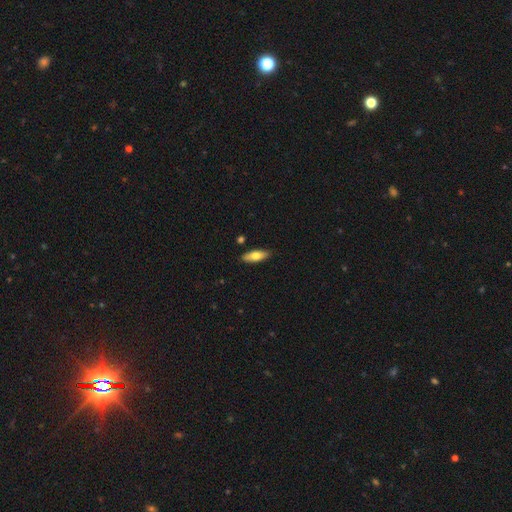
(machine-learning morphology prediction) smooth-or-featured: smooth: 71% | featured or disk: 23% | star or artifact: 6%
  how-rounded: in between: 64% | cigar-shaped: 33% | round: 2%
  merging: none: 87% | minor disturbance: 9% | merger: 2% | major disturbance: 2%